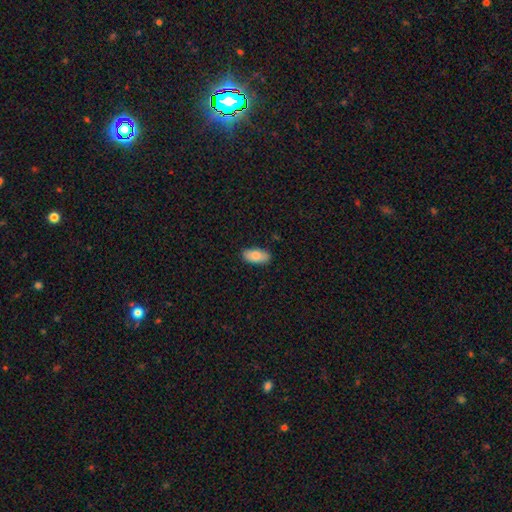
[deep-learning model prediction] Q: Smooth or featured?
A: smooth (86%); runner-up: featured or disk (8%)
Q: How rounded?
A: in between (90%); runner-up: cigar-shaped (8%)
Q: Merging?
A: none (85%); runner-up: minor disturbance (12%)